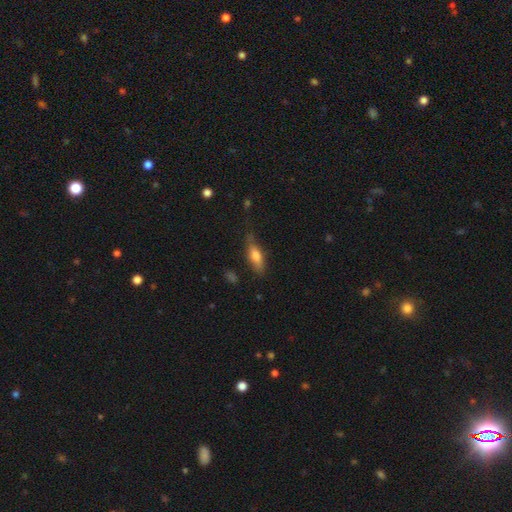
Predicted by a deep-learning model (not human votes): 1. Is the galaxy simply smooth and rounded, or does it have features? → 67% smooth, 26% featured or disk, 7% star or artifact.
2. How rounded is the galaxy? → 53% in between, 44% cigar-shaped, 3% round.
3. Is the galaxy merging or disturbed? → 64% none, 26% minor disturbance, 7% major disturbance, 2% merger.